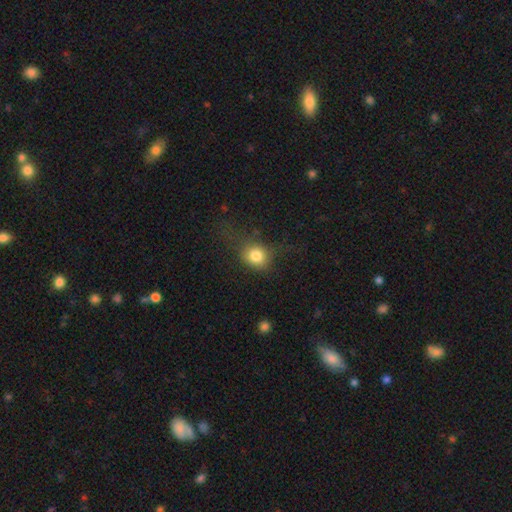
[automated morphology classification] smooth 79%, star or artifact 11%, featured or disk 10%. Down the decision tree: how rounded — round (76%); merging — none (58%).